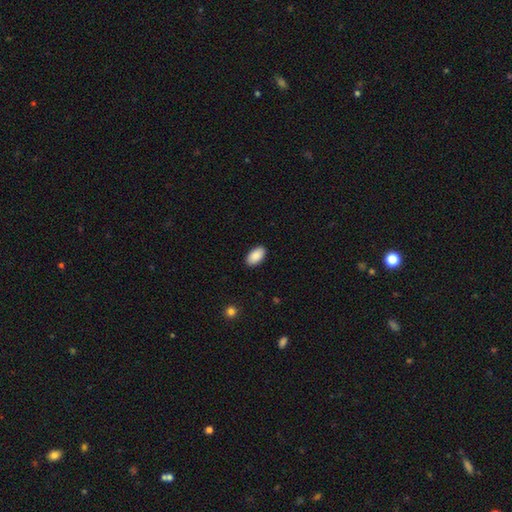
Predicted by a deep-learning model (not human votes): Morphology: type=smooth (90%); roundness=in between (95%); merging=none (90%).